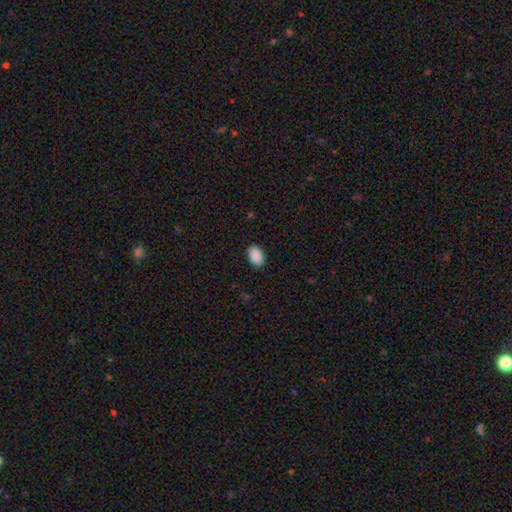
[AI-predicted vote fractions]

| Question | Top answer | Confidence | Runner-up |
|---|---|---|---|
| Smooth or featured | smooth | 91% | star or artifact (7%) |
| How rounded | in between | 88% | round (11%) |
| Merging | none | 89% | minor disturbance (8%) |